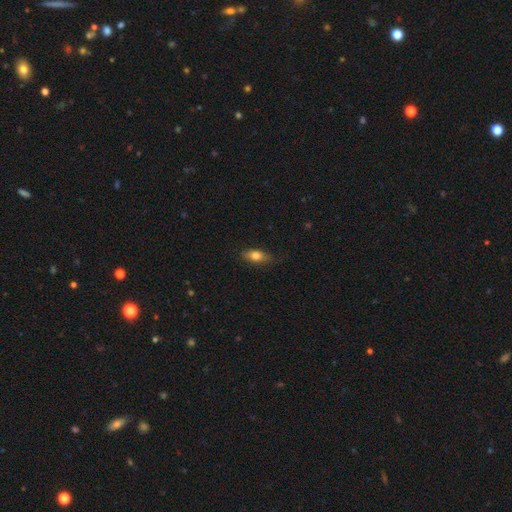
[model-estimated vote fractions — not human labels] This appears to be a smooth galaxy with no disk features (78%) that is in between round and cigar-shaped (81%). Merging: none (79%).